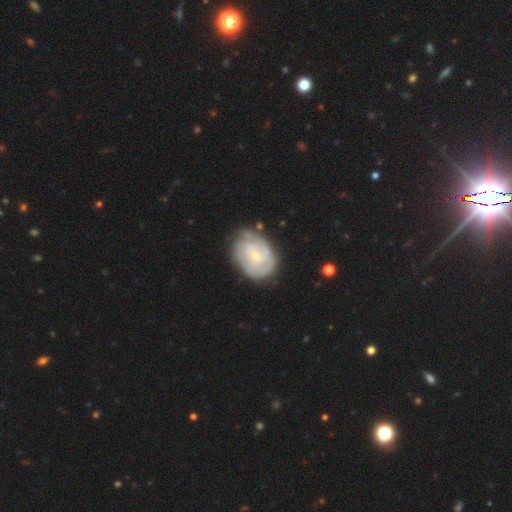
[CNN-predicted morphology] A featured or disk galaxy (73%) with no bar (57%), tight (66%) spiral arms (85%) and a small central bulge (73%).

Vote fractions:
- Smooth or featured? featured or disk: 73% / smooth: 22% / star or artifact: 5%
- Edge-on disk? no: 98% / yes: 2%
- Bar? no: 57% / weak: 37% / strong: 7%
- Spiral arms? yes: 85% / no: 15%
- Spiral winding? tight: 66% / medium: 26% / loose: 8%
- Spiral arm count? can't tell: 47% / 2: 27% / 3: 12% / 4: 5% / 1: 5% / more than 4: 4%
- Bulge size? small: 73% / moderate: 21% / none: 3% / large: 1% / dominant: 1%
- Merging? none: 65% / minor disturbance: 24% / major disturbance: 8% / merger: 2%